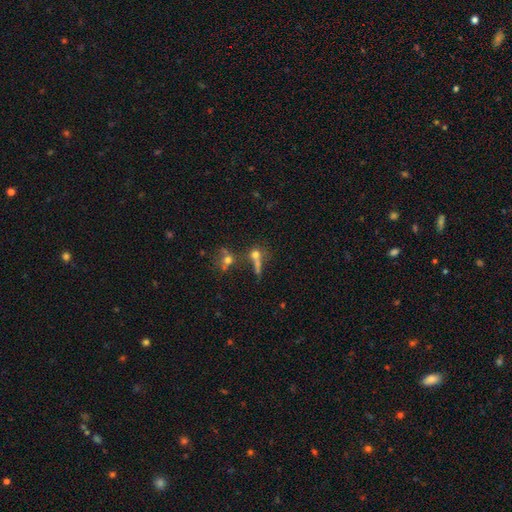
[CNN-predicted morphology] smooth-or-featured: smooth: 57% | featured or disk: 22% | star or artifact: 20%
  how-rounded: round: 64% | in between: 25% | cigar-shaped: 12%
  merging: merger: 42% | none: 37% | major disturbance: 12% | minor disturbance: 9%